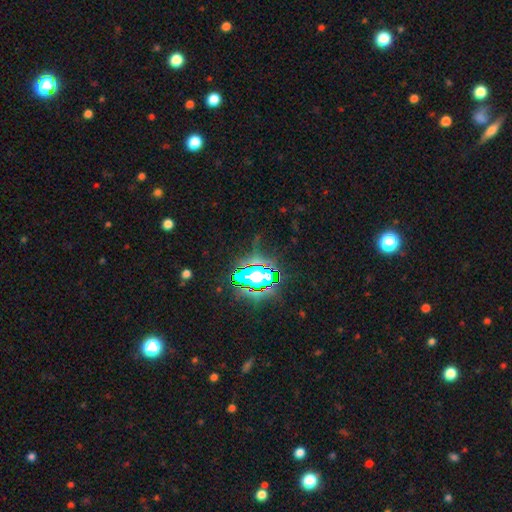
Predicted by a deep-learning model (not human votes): smooth_or_featured: star or artifact (p=0.77) [alt: smooth p=0.14]